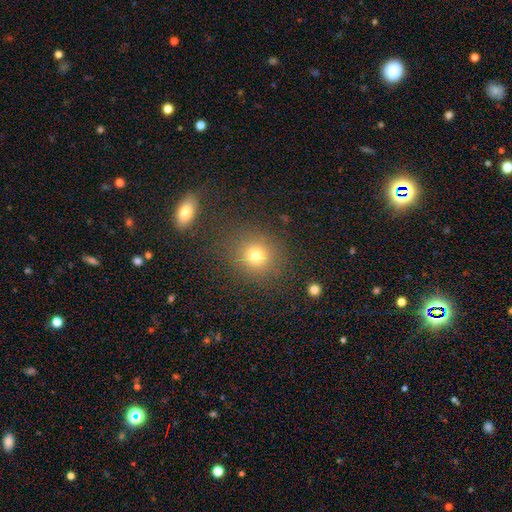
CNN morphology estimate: A smooth galaxy with no disk features (76%) that is round (82%). Merging: none (82%).